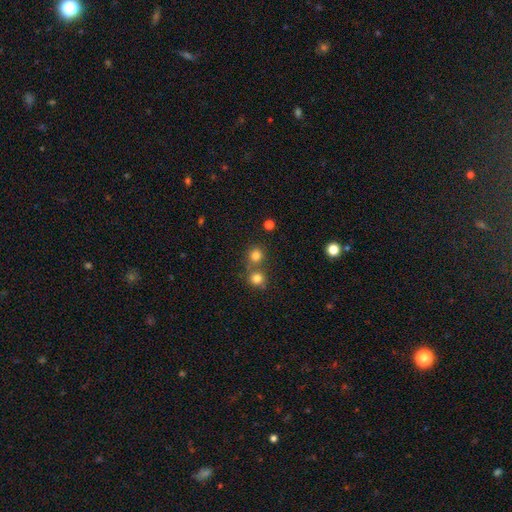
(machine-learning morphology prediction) The model was most divided on "merging": none: 59%, merger: 31%, minor disturbance: 7%, major disturbance: 3%. More confident: how rounded — round (88%); smooth or featured — smooth (79%).